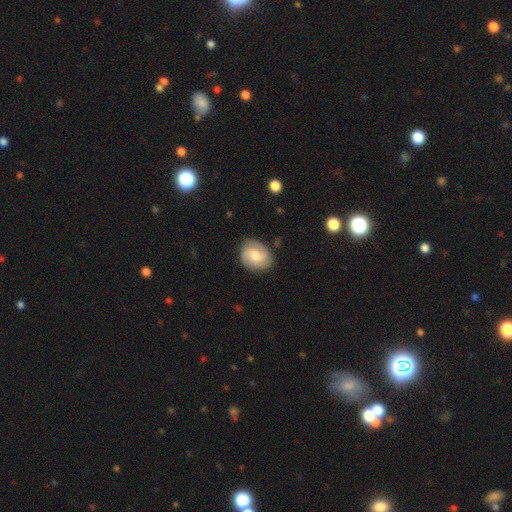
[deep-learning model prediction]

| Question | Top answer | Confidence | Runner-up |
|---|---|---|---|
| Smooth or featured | featured or disk | 59% | smooth (34%) |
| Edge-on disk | no | 97% | yes (3%) |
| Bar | no | 56% | weak (38%) |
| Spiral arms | yes | 92% | no (8%) |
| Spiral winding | medium | 43% | tight (42%) |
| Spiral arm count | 2 | 51% | 3 (23%) |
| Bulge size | moderate | 52% | small (25%) |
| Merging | none | 78% | minor disturbance (16%) |